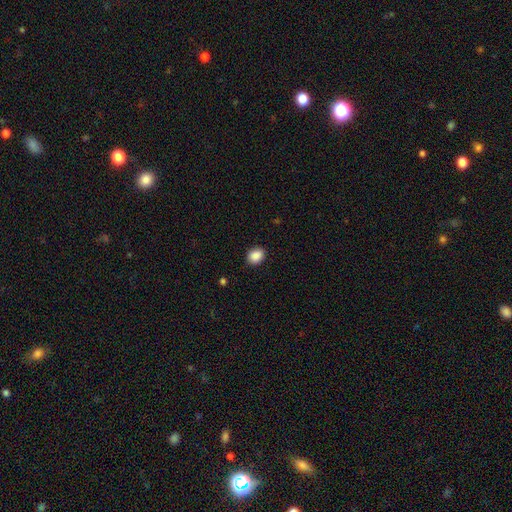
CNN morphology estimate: smooth-or-featured: smooth: 89% | star or artifact: 8% | featured or disk: 3%
  how-rounded: in between: 52% | round: 47% | cigar-shaped: 1%
  merging: none: 89% | minor disturbance: 8% | major disturbance: 2% | merger: 1%